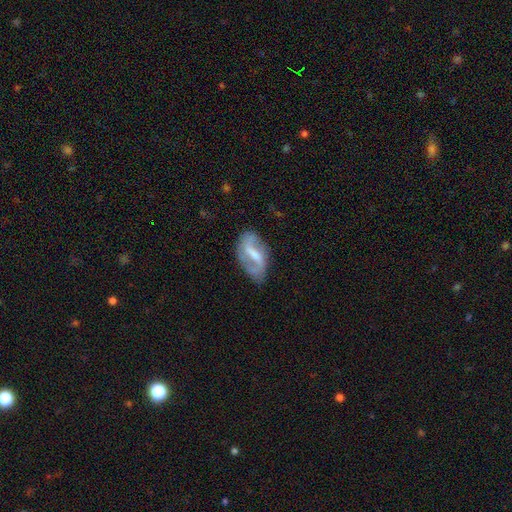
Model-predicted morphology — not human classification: smooth-or-featured: featured or disk: 76% | smooth: 18% | star or artifact: 6%
  disk-edge-on: no: 95% | yes: 5%
    bar: strong: 47% | weak: 42% | no: 11%
    has-spiral-arms: yes: 85% | no: 15%
      spiral-winding: loose: 50% | medium: 36% | tight: 14%
      spiral-arm-count: 2: 83% | can't tell: 8% | 1: 5% | 3: 1% | 4: 1% | more than 4: 1%
    bulge-size: moderate: 38% | small: 37% | none: 18% | large: 6% | dominant: 1%
  merging: none: 69% | minor disturbance: 20% | major disturbance: 9% | merger: 2%